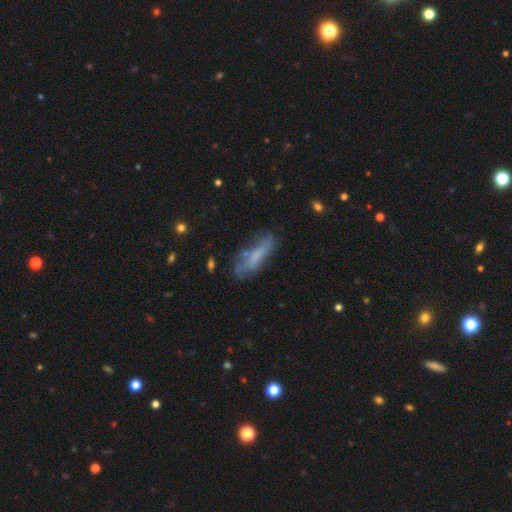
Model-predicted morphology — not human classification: smooth_or_featured: smooth (p=0.53) [alt: featured or disk p=0.37]
how_rounded: cigar-shaped (p=0.60) [alt: in between p=0.38]
merging: none (p=0.48) [alt: minor disturbance p=0.27]